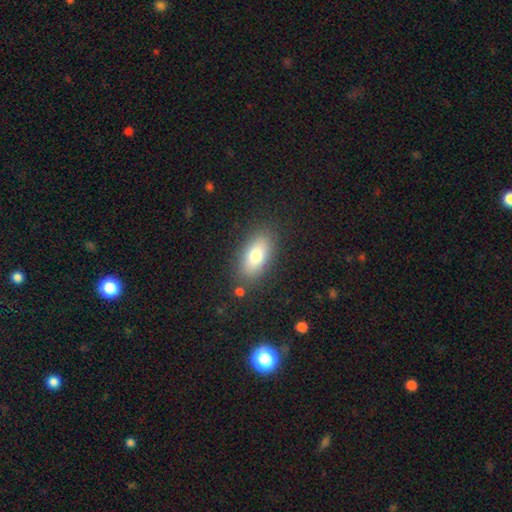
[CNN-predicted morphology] Smooth or featured?
  - smooth: 75% *
  - featured or disk: 17%
  - star or artifact: 9%
How rounded?
  - in between: 86% *
  - cigar-shaped: 8%
  - round: 6%
Merging?
  - none: 83% *
  - minor disturbance: 11%
  - major disturbance: 4%
  - merger: 3%